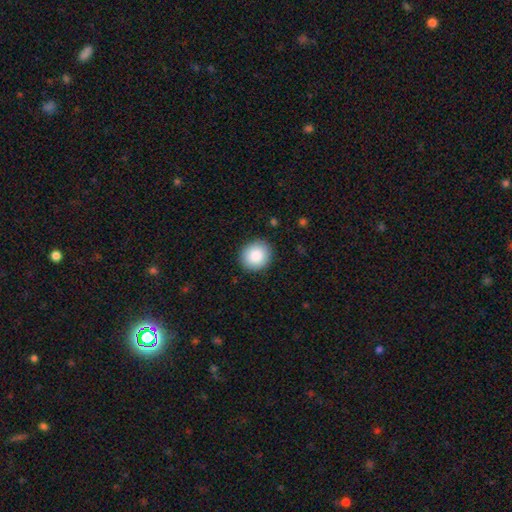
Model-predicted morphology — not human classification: Smooth or featured: smooth — 87% (star or artifact — 8%)
How rounded: round — 84% (in between — 15%)
Merging: none — 90% (minor disturbance — 7%)